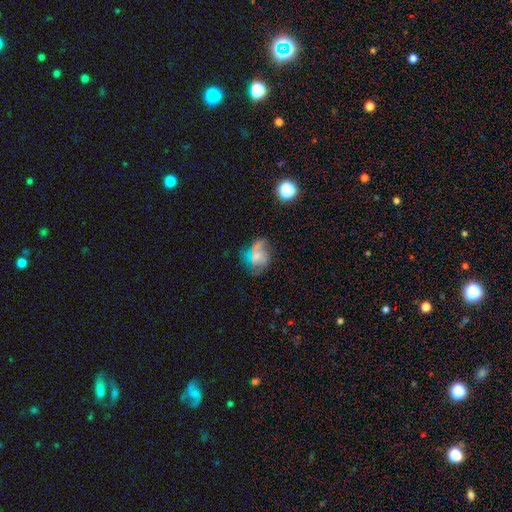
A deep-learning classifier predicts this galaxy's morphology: Overall: featured or disk (47%; smooth 40%). Merging: none (43%; major disturbance 29%).